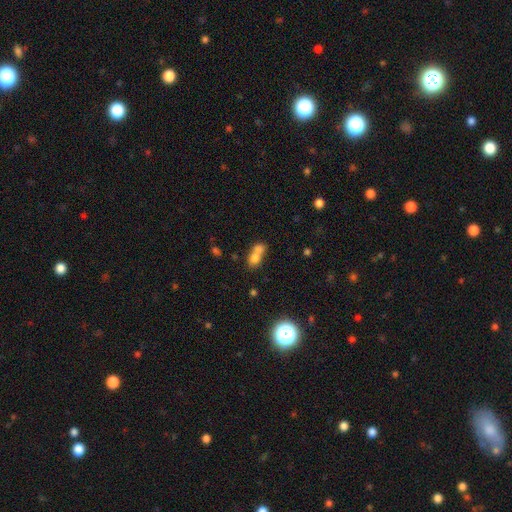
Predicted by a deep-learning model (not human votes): Morphology: type=smooth (71%); roundness=in between (52%); merging=merger (69%).